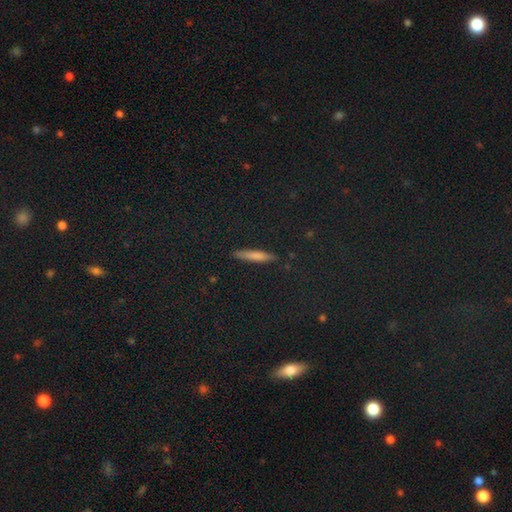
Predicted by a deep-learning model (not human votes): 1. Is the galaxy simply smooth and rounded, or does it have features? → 70% smooth, 20% featured or disk, 10% star or artifact.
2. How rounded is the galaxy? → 90% cigar-shaped, 8% in between, 2% round.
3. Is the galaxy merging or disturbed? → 87% none, 9% minor disturbance, 2% major disturbance, 1% merger.